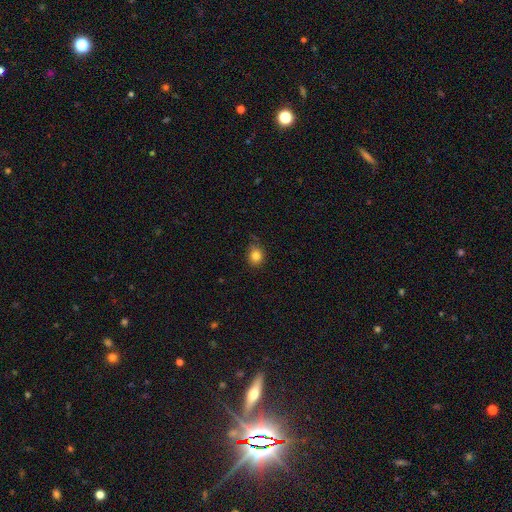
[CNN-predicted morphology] smooth-or-featured: smooth: 83% | star or artifact: 11% | featured or disk: 6%
  how-rounded: round: 67% | in between: 32% | cigar-shaped: 1%
  merging: none: 74% | minor disturbance: 21% | major disturbance: 4% | merger: 1%